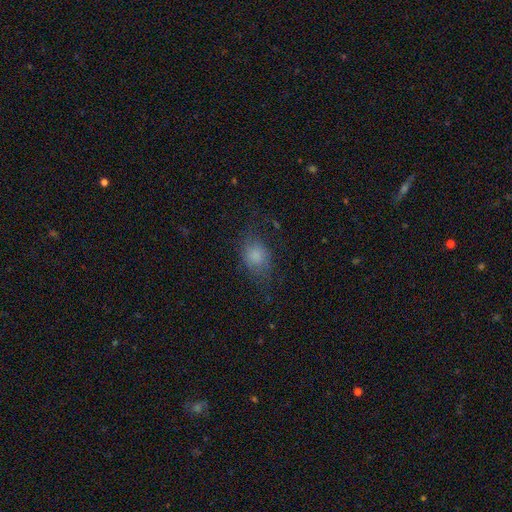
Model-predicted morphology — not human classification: Smooth or featured? smooth (75%)
How rounded? in between (64%)
Merging? none (58%)